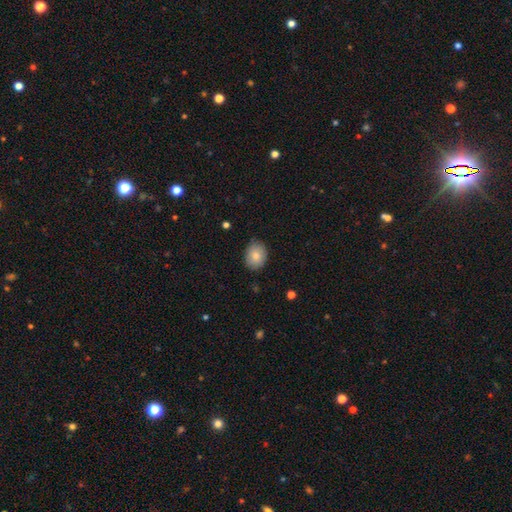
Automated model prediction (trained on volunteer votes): Q: Smooth or featured?
A: smooth (82%); runner-up: featured or disk (11%)
Q: How rounded?
A: in between (60%); runner-up: round (40%)
Q: Merging?
A: none (82%); runner-up: minor disturbance (14%)